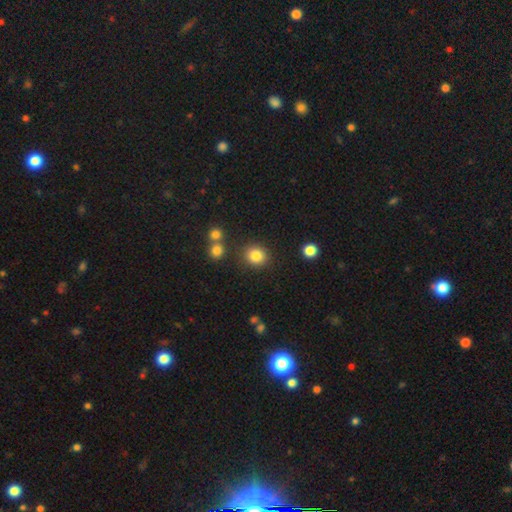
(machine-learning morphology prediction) Smooth or featured? smooth (84%)
How rounded? round (82%)
Merging? none (85%)